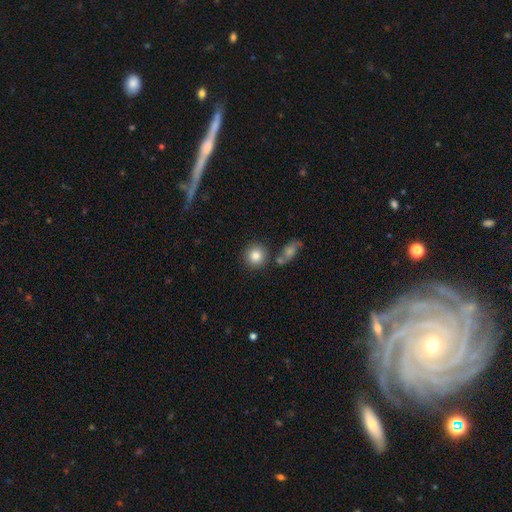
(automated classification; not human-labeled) Smooth or featured? smooth (83%)
How rounded? round (90%)
Merging? none (76%)